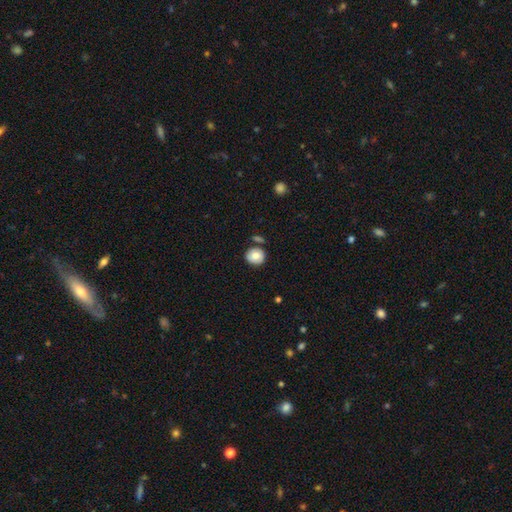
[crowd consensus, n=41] Smooth or featured: smooth — 76% (featured or disk — 20%)
How rounded: round — 97% (in between — 3%)
Merging: none — 85% (minor disturbance — 8%)